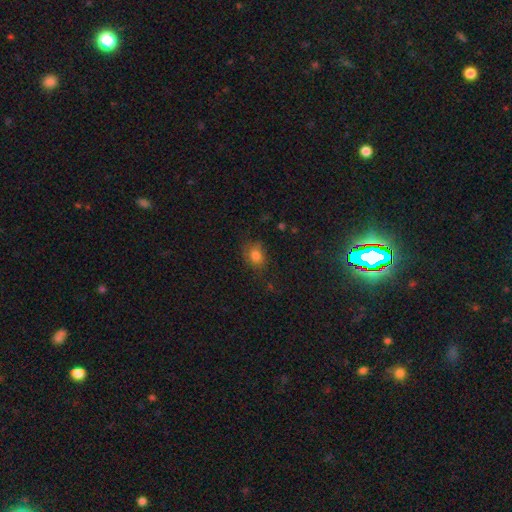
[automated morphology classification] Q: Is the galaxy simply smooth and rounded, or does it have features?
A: smooth — 79%.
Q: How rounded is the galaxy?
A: in between — 54%.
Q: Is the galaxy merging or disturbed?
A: none — 73%.